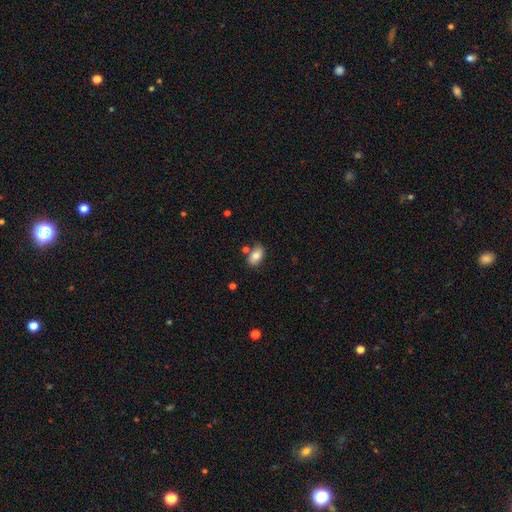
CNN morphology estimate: Smooth or featured: smooth — 79% (featured or disk — 13%)
How rounded: in between — 90% (round — 9%)
Merging: none — 72% (minor disturbance — 15%)